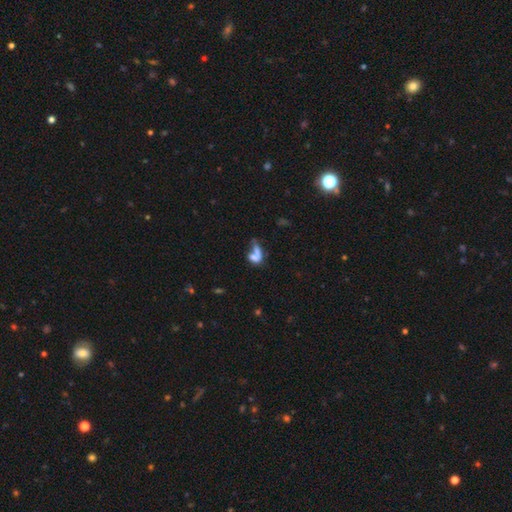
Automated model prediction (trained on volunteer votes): A smooth galaxy with no disk features (56%) that is in between round and cigar-shaped (68%). Merging: merger (44%).